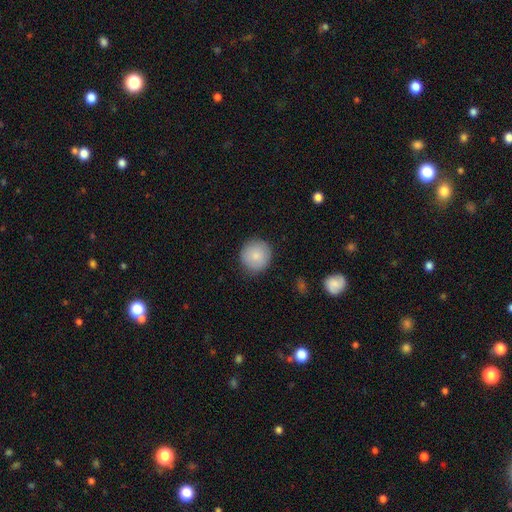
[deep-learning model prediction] Smooth or featured? Predicted: smooth (p=0.84). How rounded? Predicted: round (p=0.92). Merging? Predicted: none (p=0.87).